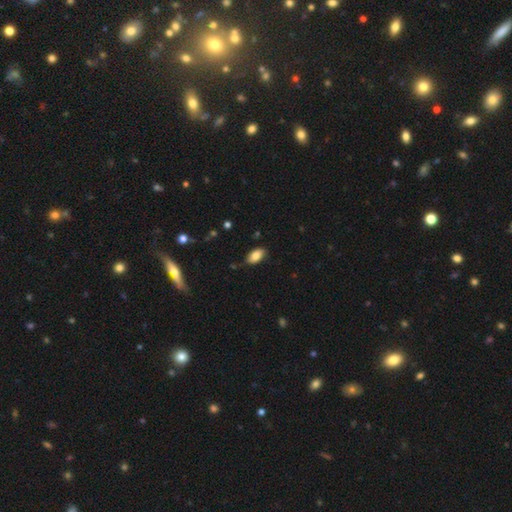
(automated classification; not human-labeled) A smooth galaxy with no disk features (83%) that is in between round and cigar-shaped (94%). Merging: none (80%).